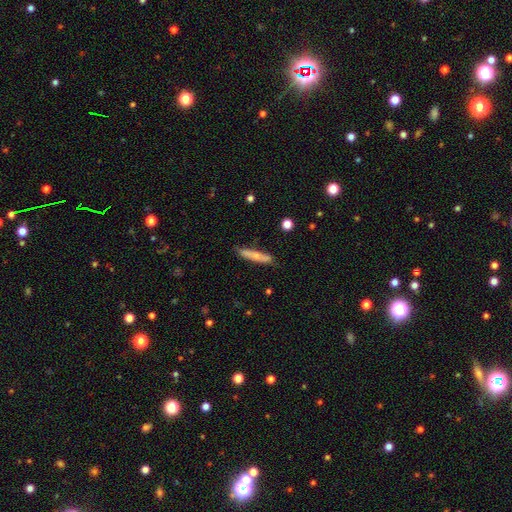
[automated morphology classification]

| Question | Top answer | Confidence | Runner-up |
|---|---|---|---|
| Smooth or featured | smooth | 59% | featured or disk (35%) |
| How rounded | cigar-shaped | 89% | in between (9%) |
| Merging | none | 81% | minor disturbance (14%) |